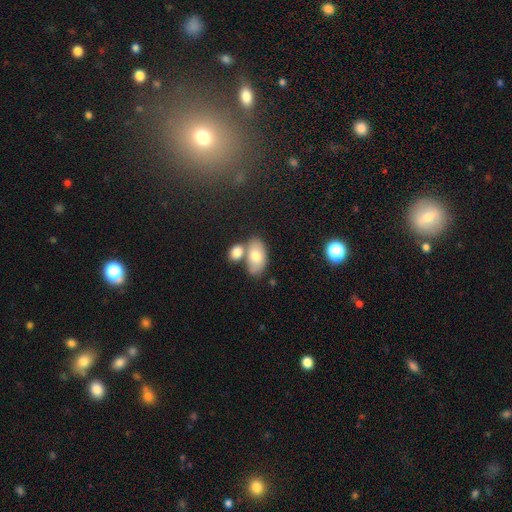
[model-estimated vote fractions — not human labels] Smooth or featured? smooth (73%)
How rounded? in between (92%)
Merging? none (51%)